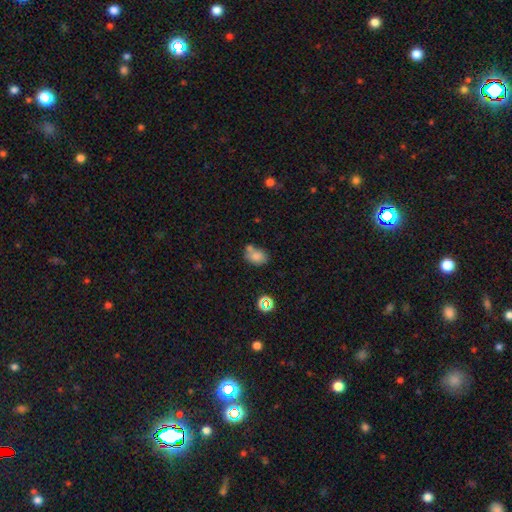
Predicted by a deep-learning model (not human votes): smooth 77%, star or artifact 12%, featured or disk 10%. Down the decision tree: how rounded — in between (68%); merging — none (49%).